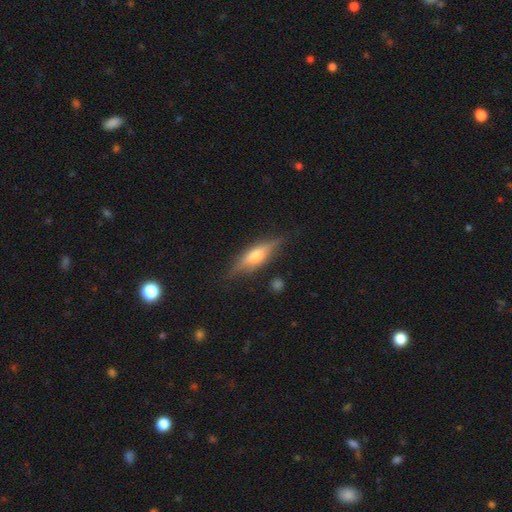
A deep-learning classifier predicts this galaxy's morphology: Smooth or featured? Predicted: featured or disk (p=0.60). Edge-on disk? Predicted: yes (p=0.93). Edge-on bulge? Predicted: rounded (p=0.85). Merging? Predicted: none (p=0.82).